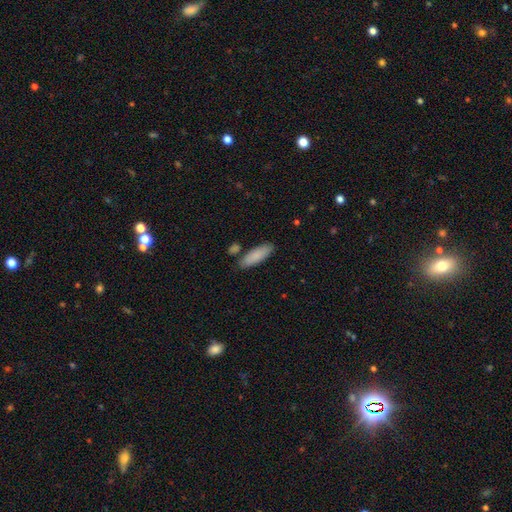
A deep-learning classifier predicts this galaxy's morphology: A smooth galaxy with no disk features (86%) that is in between round and cigar-shaped (55%). Merging: none (80%).